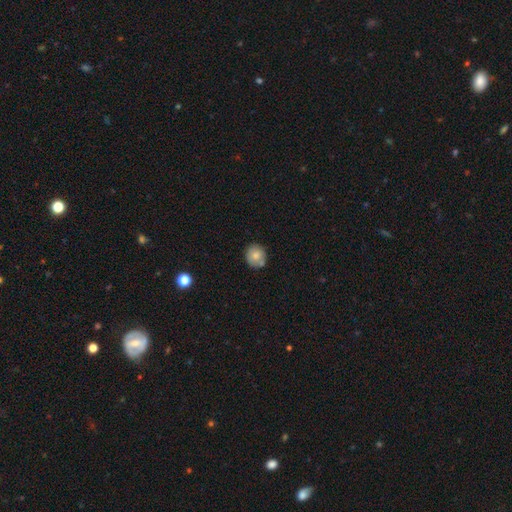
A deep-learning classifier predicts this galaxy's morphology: A smooth galaxy with no disk features (77%) that is round (82%). Merging: none (71%).